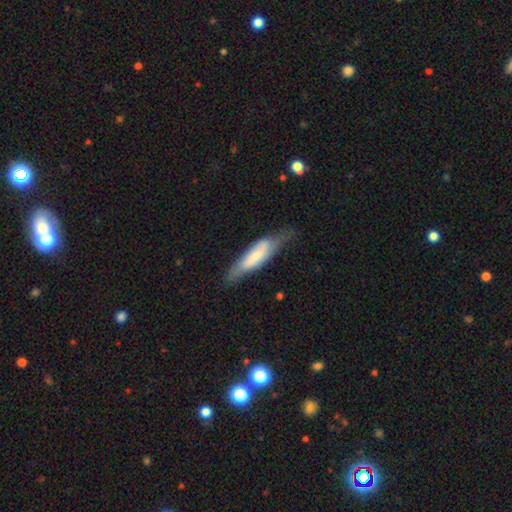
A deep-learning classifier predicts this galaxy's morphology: Smooth or featured?
  - smooth: 51% *
  - featured or disk: 43%
  - star or artifact: 6%
How rounded?
  - cigar-shaped: 61% *
  - in between: 37%
  - round: 2%
Merging?
  - none: 60% *
  - minor disturbance: 28%
  - major disturbance: 10%
  - merger: 2%